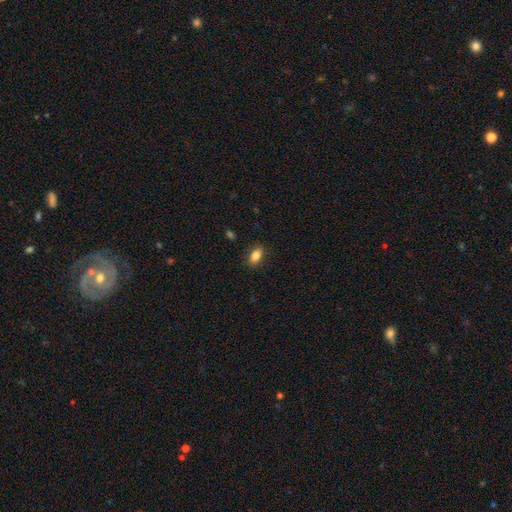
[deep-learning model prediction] Smooth or featured? smooth (83%)
How rounded? in between (86%)
Merging? none (88%)